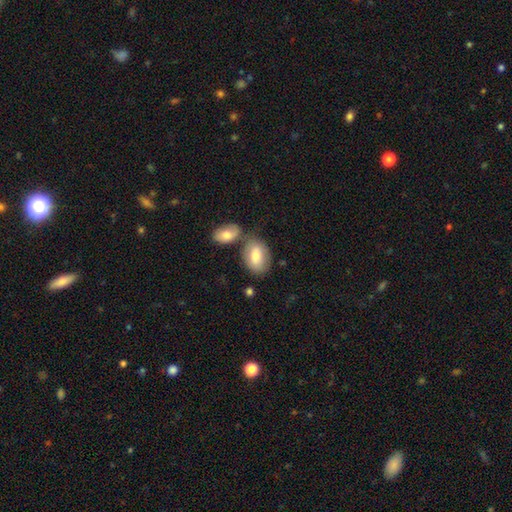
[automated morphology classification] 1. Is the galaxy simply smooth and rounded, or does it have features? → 74% smooth, 20% featured or disk, 6% star or artifact.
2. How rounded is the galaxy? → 86% in between, 12% round, 2% cigar-shaped.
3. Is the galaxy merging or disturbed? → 54% none, 27% merger, 14% minor disturbance, 4% major disturbance.